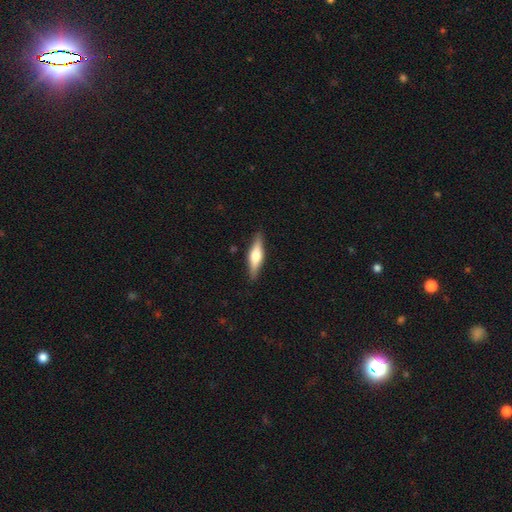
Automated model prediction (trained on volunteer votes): This is possibly a featured or disk galaxy (55%). It is clearly viewed edge-on (95%). Edge-on bulge: clearly rounded (89%). Merging: clearly none (89%).